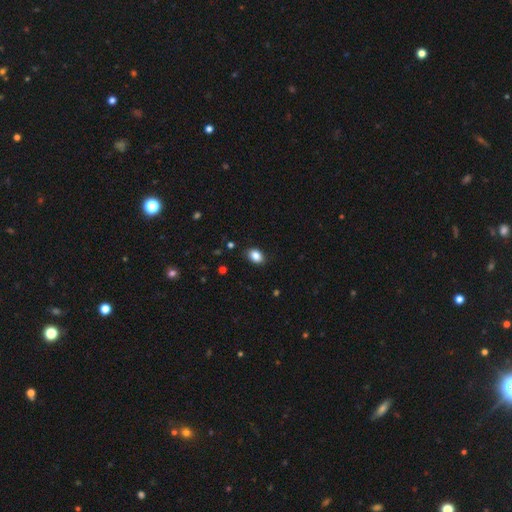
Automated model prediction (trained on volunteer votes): Smooth or featured? smooth (86%)
How rounded? in between (78%)
Merging? none (86%)